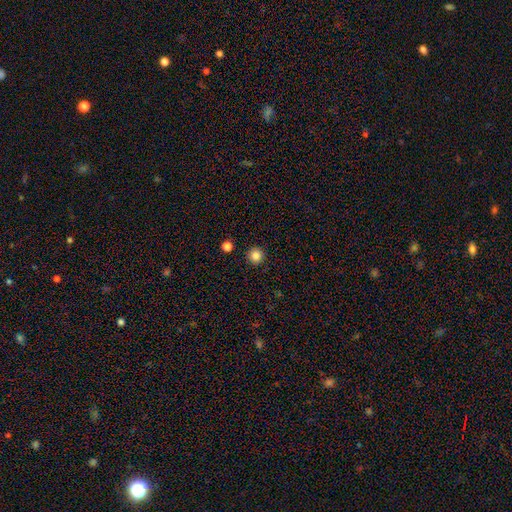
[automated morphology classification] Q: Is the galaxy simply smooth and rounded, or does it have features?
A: smooth — 85%.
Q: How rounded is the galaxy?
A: round — 96%.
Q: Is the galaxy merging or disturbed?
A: none — 93%.